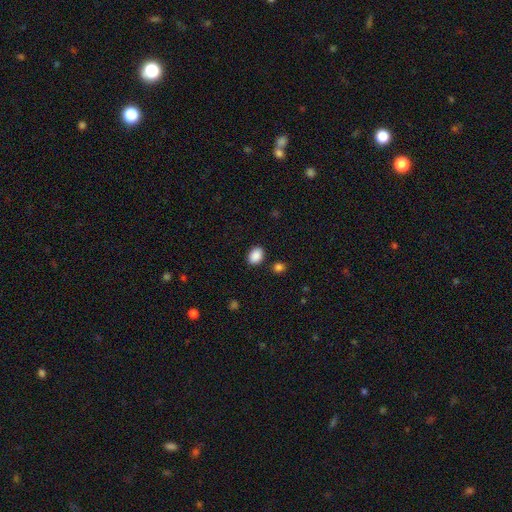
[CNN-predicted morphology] Q: Smooth or featured?
A: smooth (89%); runner-up: star or artifact (8%)
Q: How rounded?
A: in between (72%); runner-up: round (27%)
Q: Merging?
A: none (85%); runner-up: minor disturbance (9%)